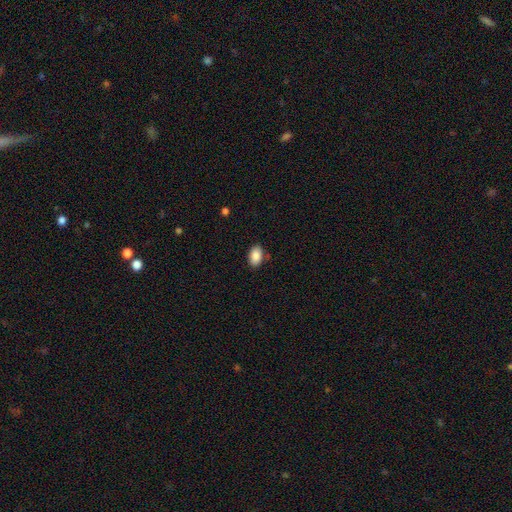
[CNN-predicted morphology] smooth-or-featured: smooth: 87% | star or artifact: 7% | featured or disk: 6%
  how-rounded: in between: 91% | round: 8% | cigar-shaped: 1%
  merging: none: 84% | minor disturbance: 12% | major disturbance: 2% | merger: 2%